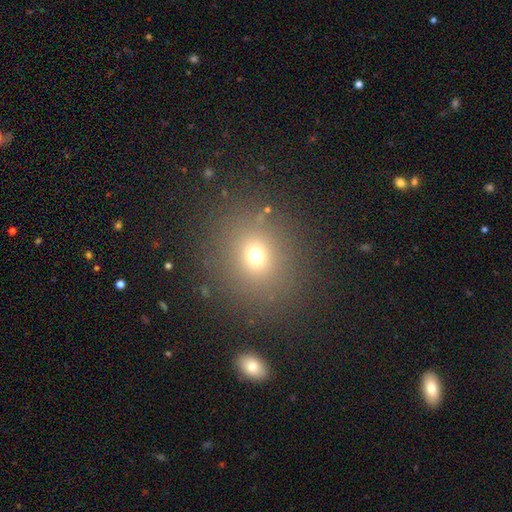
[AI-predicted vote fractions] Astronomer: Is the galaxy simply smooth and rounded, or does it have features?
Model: smooth — 68%.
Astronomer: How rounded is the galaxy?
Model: round — 78%.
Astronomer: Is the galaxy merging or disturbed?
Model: none — 86%.